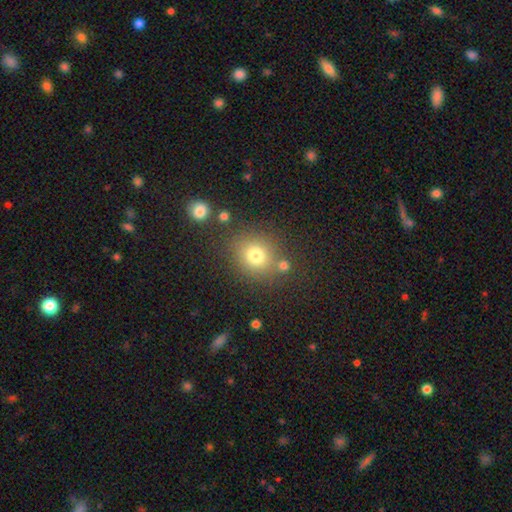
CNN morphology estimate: This appears to be a smooth galaxy with no disk features (75%) that is round (75%). Merging: none (75%).